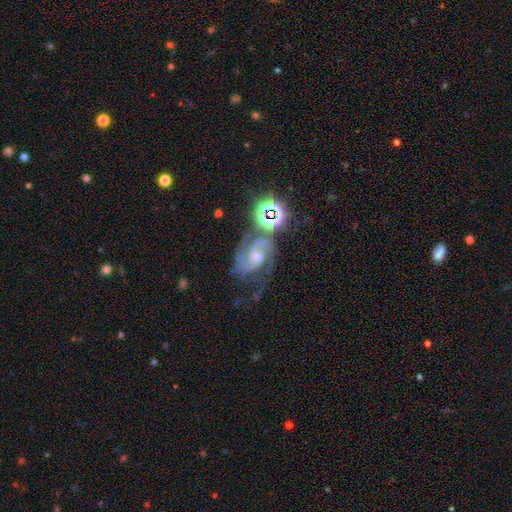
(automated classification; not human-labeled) smooth-or-featured: featured or disk: 76% | star or artifact: 16% | smooth: 8%
  disk-edge-on: no: 97% | yes: 3%
    bar: no: 59% | weak: 33% | strong: 9%
    has-spiral-arms: yes: 96% | no: 4%
      spiral-winding: medium: 50% | tight: 35% | loose: 14%
      spiral-arm-count: 2: 66% | can't tell: 12% | 3: 11% | 1: 5% | 4: 3% | more than 4: 3%
    bulge-size: moderate: 44% | small: 42% | none: 7% | large: 6% | dominant: 2%
  merging: none: 46% | minor disturbance: 22% | major disturbance: 21% | merger: 11%